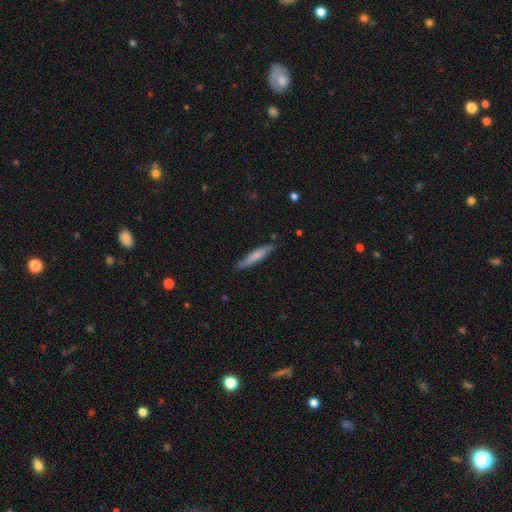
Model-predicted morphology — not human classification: Smooth or featured?
  - smooth: 68% *
  - featured or disk: 26%
  - star or artifact: 6%
How rounded?
  - cigar-shaped: 90% *
  - in between: 9%
  - round: 1%
Merging?
  - none: 78% *
  - minor disturbance: 18%
  - major disturbance: 3%
  - merger: 2%